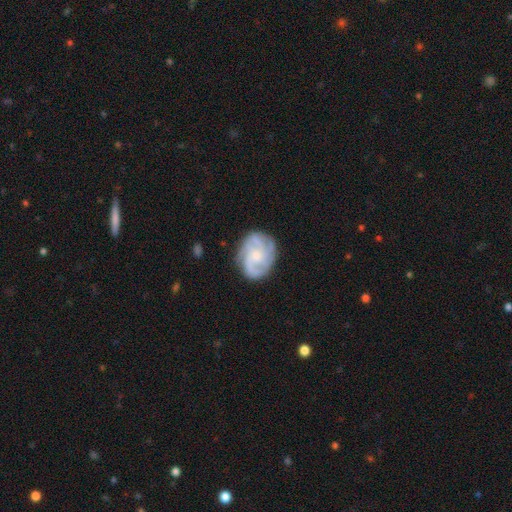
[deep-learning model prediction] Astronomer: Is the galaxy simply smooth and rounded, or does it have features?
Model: featured or disk — 79%.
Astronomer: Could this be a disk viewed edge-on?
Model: no — 98%.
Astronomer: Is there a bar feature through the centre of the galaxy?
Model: no — 71%.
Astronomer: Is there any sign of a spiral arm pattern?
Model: yes — 96%.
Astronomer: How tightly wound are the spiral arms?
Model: tight — 45% (runner-up: medium, 41%).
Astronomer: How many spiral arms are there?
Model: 3 — 32% (runner-up: 4, 26%).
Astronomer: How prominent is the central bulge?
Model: small — 52% (runner-up: moderate, 33%).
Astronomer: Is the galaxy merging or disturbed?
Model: none — 77%.